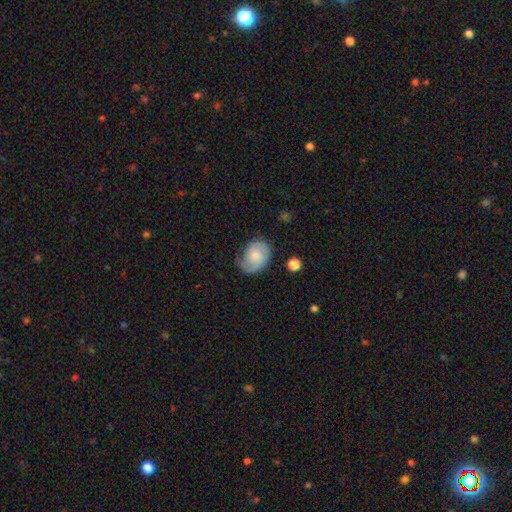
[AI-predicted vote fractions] Smooth or featured? smooth (54%)
How rounded? in between (61%)
Merging? none (55%)